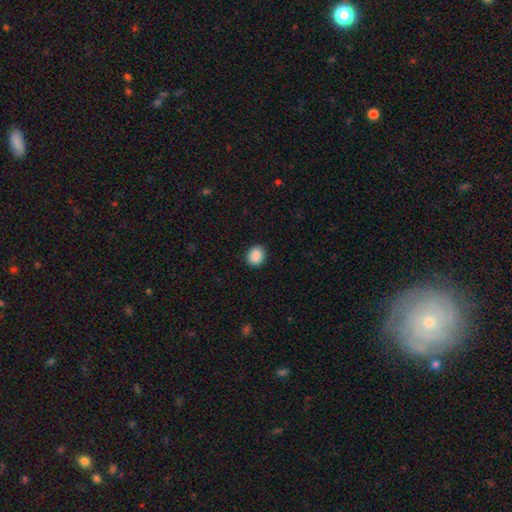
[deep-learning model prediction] A smooth galaxy with no disk features (89%) that is round (67%). Merging: none (89%).